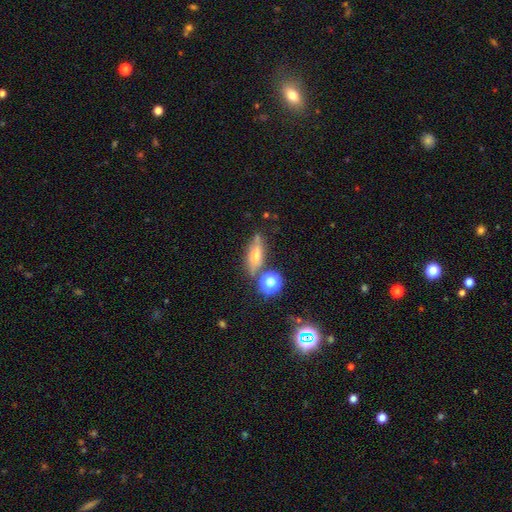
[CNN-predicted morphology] A featured or disk galaxy (41%). Merging: none (66%).